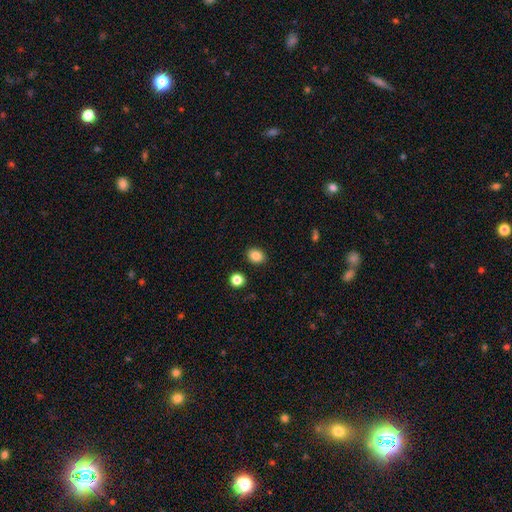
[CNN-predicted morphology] smooth-or-featured: smooth: 86% | star or artifact: 10% | featured or disk: 4%
  how-rounded: in between: 51% | round: 48% | cigar-shaped: 1%
  merging: none: 89% | minor disturbance: 7% | merger: 2% | major disturbance: 2%